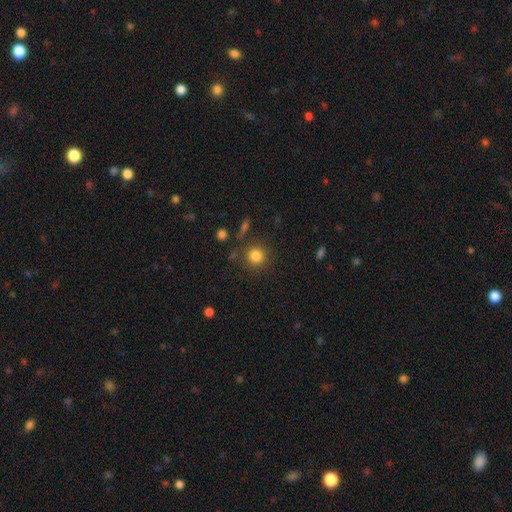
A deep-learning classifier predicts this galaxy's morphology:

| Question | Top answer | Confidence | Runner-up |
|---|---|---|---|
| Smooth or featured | smooth | 83% | star or artifact (11%) |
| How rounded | round | 91% | in between (8%) |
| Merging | none | 82% | minor disturbance (9%) |